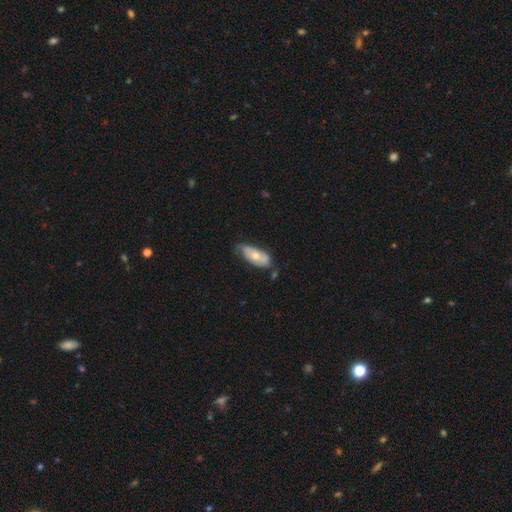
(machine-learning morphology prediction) Smooth or featured? Predicted: smooth (p=0.54). How rounded? Predicted: in between (p=0.85). Merging? Predicted: none (p=0.49).